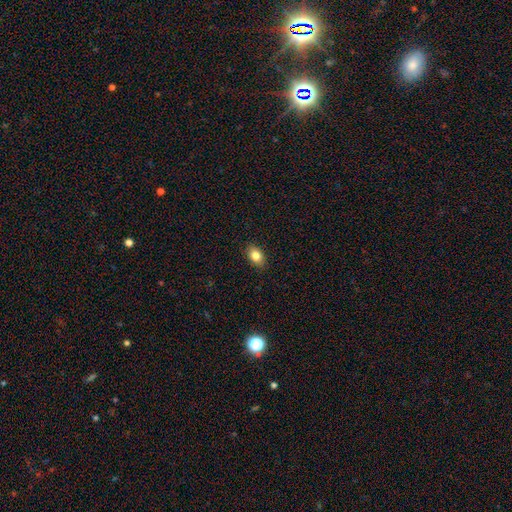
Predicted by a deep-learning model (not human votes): This is clearly a smooth galaxy (83%). How rounded: clearly in between (83%). Merging: clearly none (88%).